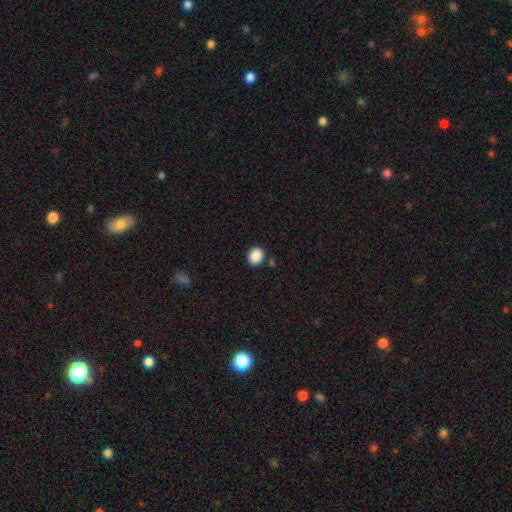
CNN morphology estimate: The model was most divided on "how rounded": round: 70%, in between: 29%, cigar-shaped: 1%. More confident: smooth or featured — smooth (88%); merging — none (84%).